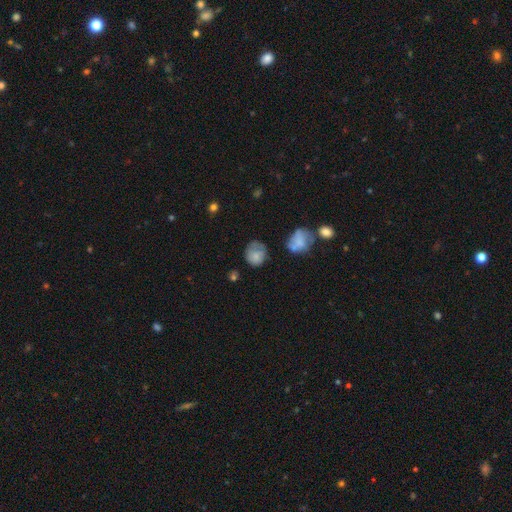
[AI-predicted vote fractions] Overall: smooth (72%). How rounded: round (73%). Merging: none (48%; minor disturbance 31%).